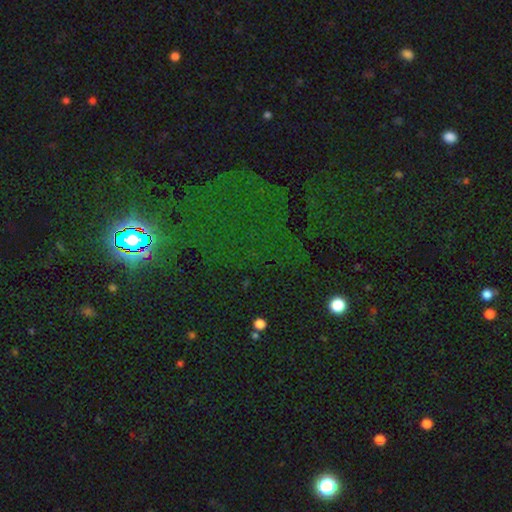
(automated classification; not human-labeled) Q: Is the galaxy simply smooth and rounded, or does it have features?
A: star or artifact — 75%.